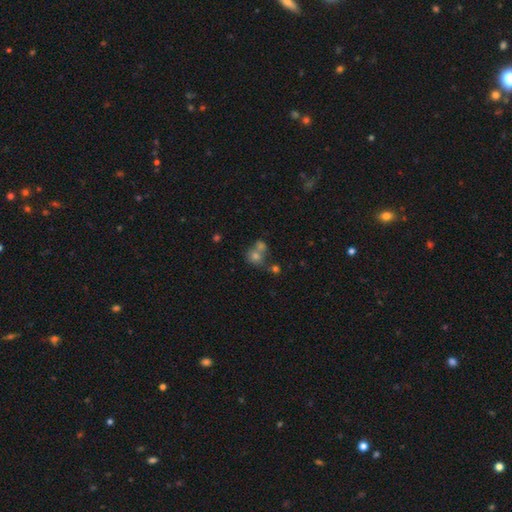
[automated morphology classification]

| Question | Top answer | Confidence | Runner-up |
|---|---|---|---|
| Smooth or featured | smooth | 67% | star or artifact (20%) |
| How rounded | round | 78% | in between (21%) |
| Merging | merger | 45% | none (42%) |